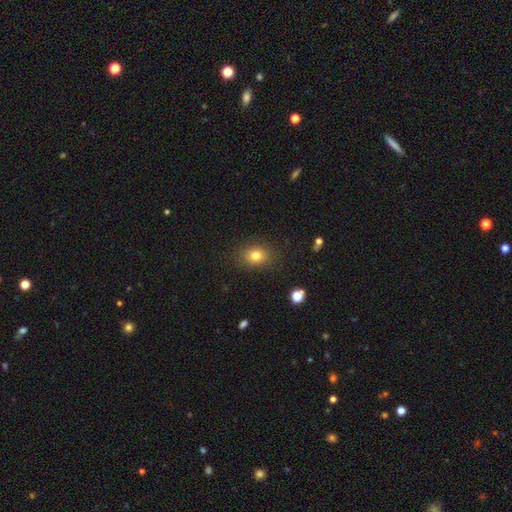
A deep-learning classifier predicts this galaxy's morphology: Q: Smooth or featured?
A: smooth (79%); runner-up: star or artifact (12%)
Q: How rounded?
A: round (52%); runner-up: in between (47%)
Q: Merging?
A: none (86%); runner-up: minor disturbance (10%)